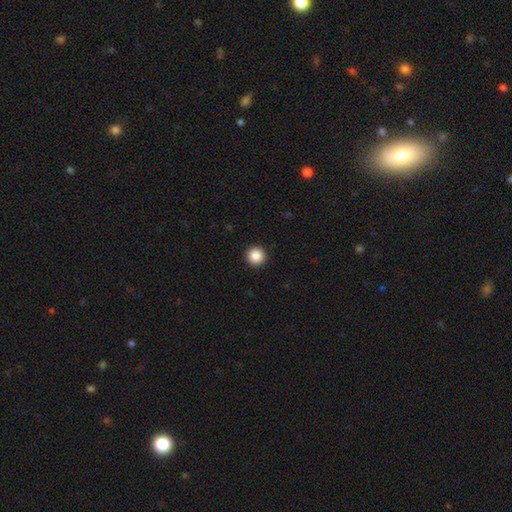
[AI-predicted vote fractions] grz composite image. It shows a smooth galaxy with no disk features (87%) that is round (96%). Merging: none (94%).